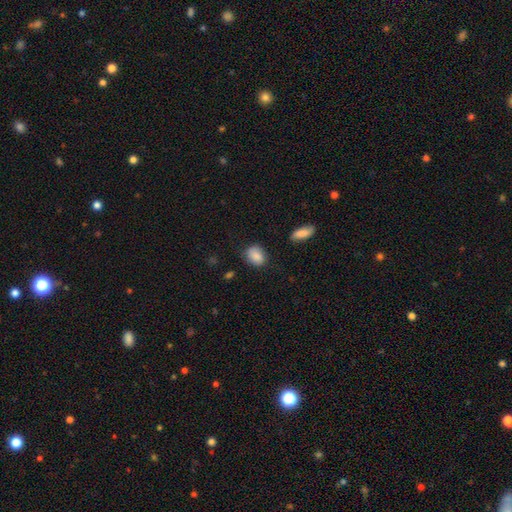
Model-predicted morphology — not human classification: The model was most divided on "how rounded": in between: 68%, round: 30%, cigar-shaped: 1%. More confident: smooth or featured — smooth (87%); merging — none (75%).